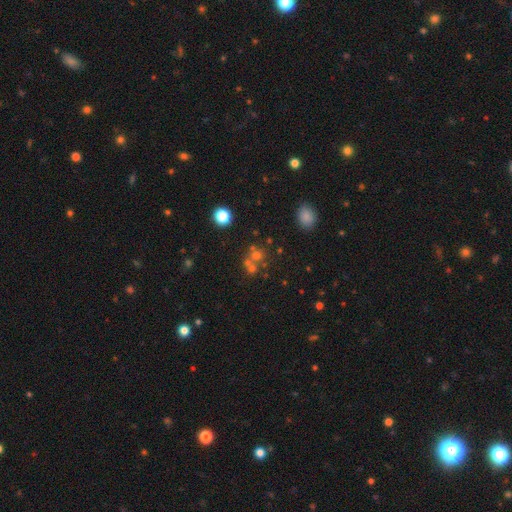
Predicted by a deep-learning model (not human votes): This is possibly a smooth galaxy (50%). Merging: possibly none (46%).